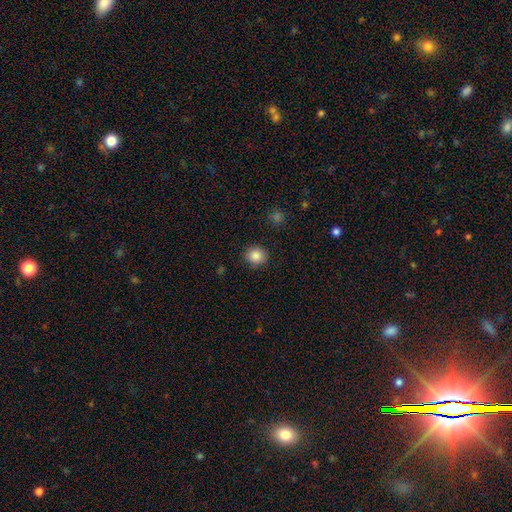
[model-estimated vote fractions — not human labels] Smooth or featured? Predicted: smooth (p=0.86). How rounded? Predicted: round (p=0.86). Merging? Predicted: none (p=0.89).